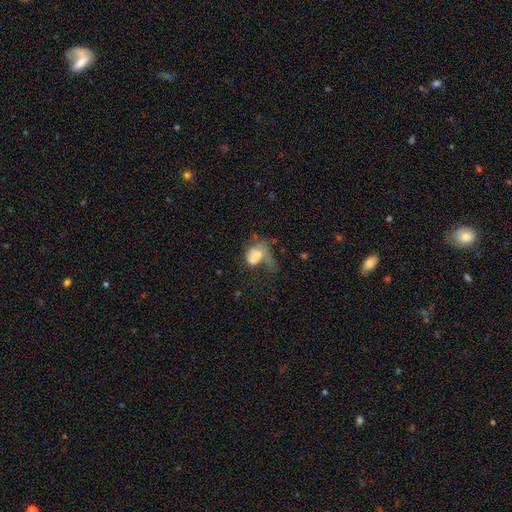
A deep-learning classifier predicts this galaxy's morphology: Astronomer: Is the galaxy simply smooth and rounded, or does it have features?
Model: smooth — 55% (runner-up: featured or disk, 36%).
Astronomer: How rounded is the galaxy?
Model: in between — 76%.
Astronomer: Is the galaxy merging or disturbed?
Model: major disturbance — 51%.